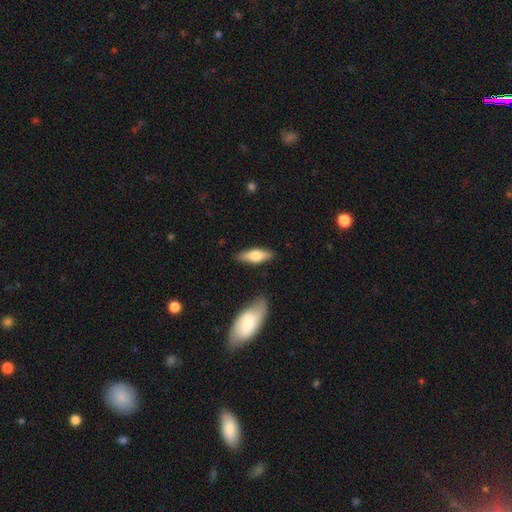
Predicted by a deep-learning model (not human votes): Smooth or featured?
  - smooth: 56% *
  - featured or disk: 39%
  - star or artifact: 6%
How rounded?
  - in between: 55% *
  - cigar-shaped: 43%
  - round: 3%
Merging?
  - none: 84% *
  - minor disturbance: 11%
  - major disturbance: 3%
  - merger: 3%